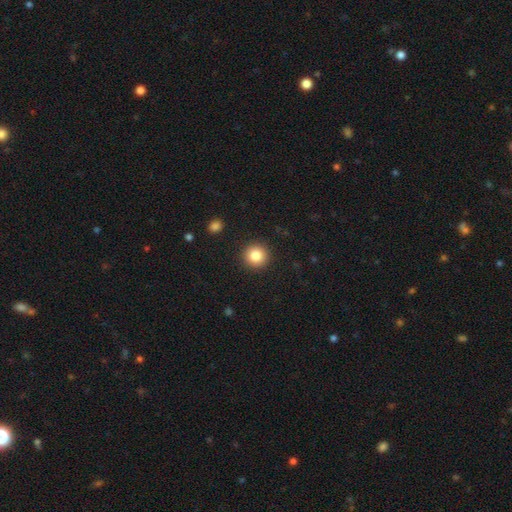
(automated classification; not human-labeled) Smooth or featured: smooth — 84% (star or artifact — 10%)
How rounded: round — 95% (in between — 4%)
Merging: none — 92% (minor disturbance — 5%)